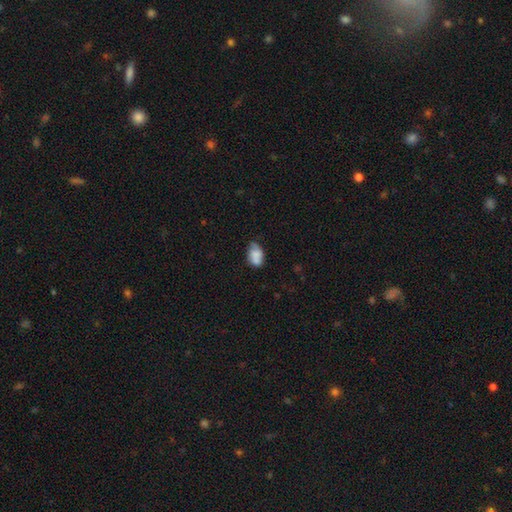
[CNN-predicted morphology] A smooth galaxy with no disk features (70%) that is in between round and cigar-shaped (86%). Merging: none (51%).